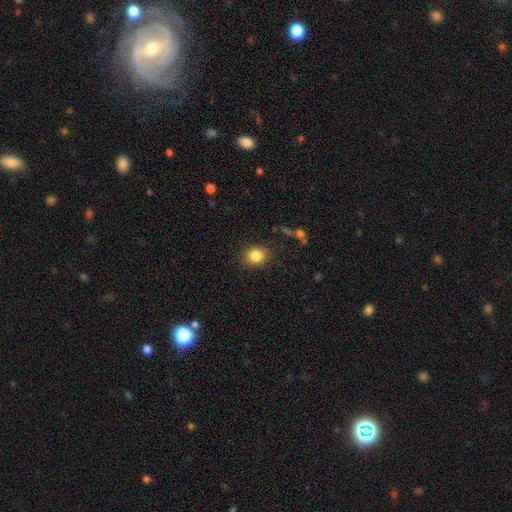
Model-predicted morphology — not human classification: smooth-or-featured: smooth: 84% | star or artifact: 10% | featured or disk: 6%
  how-rounded: round: 74% | in between: 25% | cigar-shaped: 1%
  merging: none: 88% | minor disturbance: 8% | major disturbance: 3% | merger: 1%